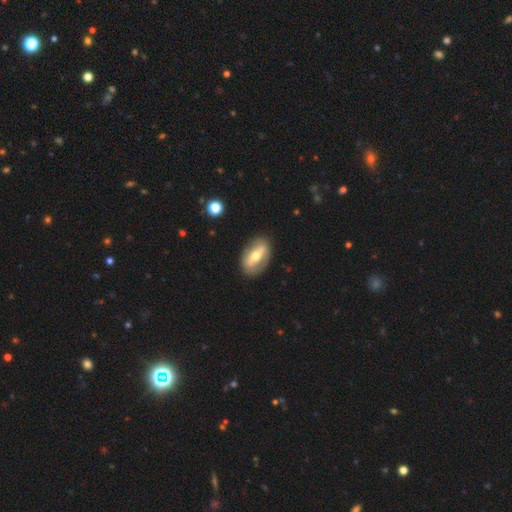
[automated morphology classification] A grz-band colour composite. It shows a featured or disk galaxy (57%). Merging: none (83%).